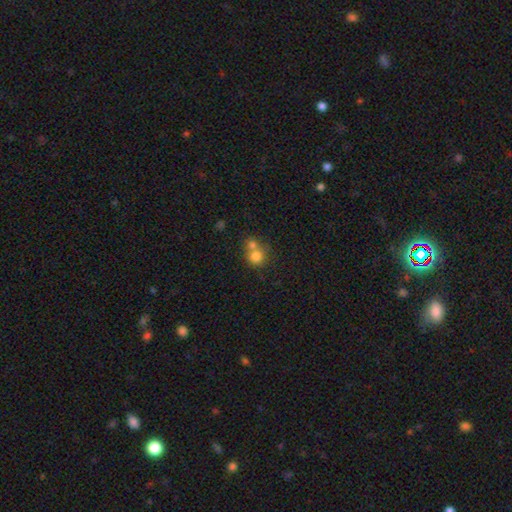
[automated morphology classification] The model was most divided on "merging": merger: 53%, none: 37%, minor disturbance: 6%, major disturbance: 3%. More confident: how rounded — round (85%); smooth or featured — smooth (77%).